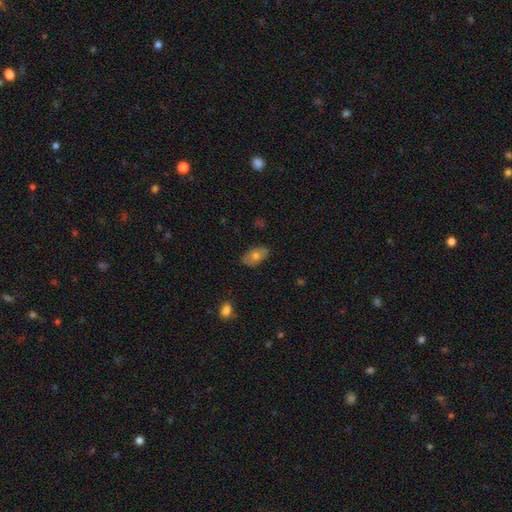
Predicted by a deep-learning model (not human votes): smooth_or_featured: smooth (p=0.66) [alt: featured or disk p=0.26]
how_rounded: in between (p=0.92) [alt: round p=0.06]
merging: none (p=0.83) [alt: minor disturbance p=0.14]